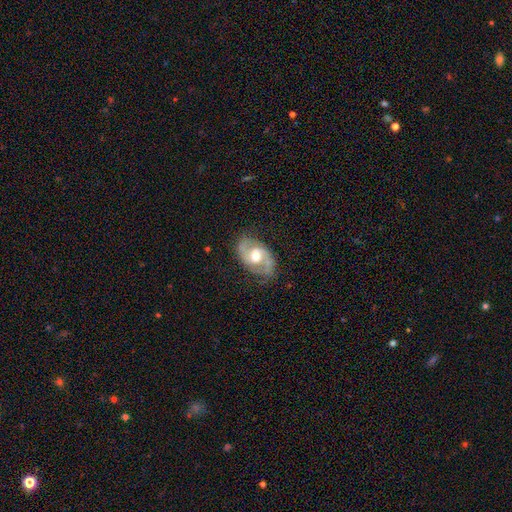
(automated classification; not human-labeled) Smooth or featured? featured or disk (86%)
Edge-on disk? no (97%)
Bar? weak (46%)
Spiral arms? yes (95%)
Spiral winding? medium (57%)
Spiral arm count? 2 (91%)
Bulge size? moderate (70%)
Merging? none (77%)